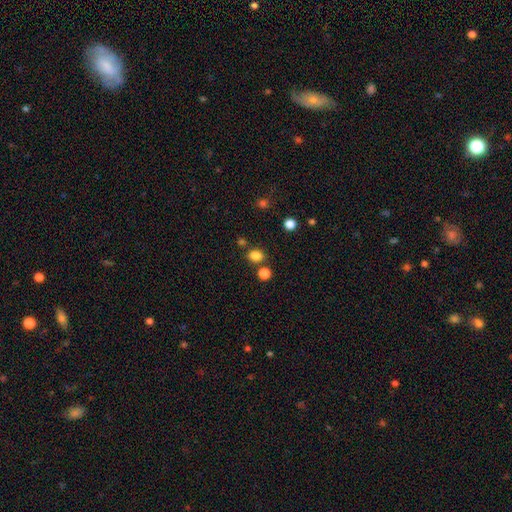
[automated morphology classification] The model was most divided on "how rounded": round: 51%, in between: 48%, cigar-shaped: 1%. More confident: smooth or featured — smooth (82%); merging — none (77%).